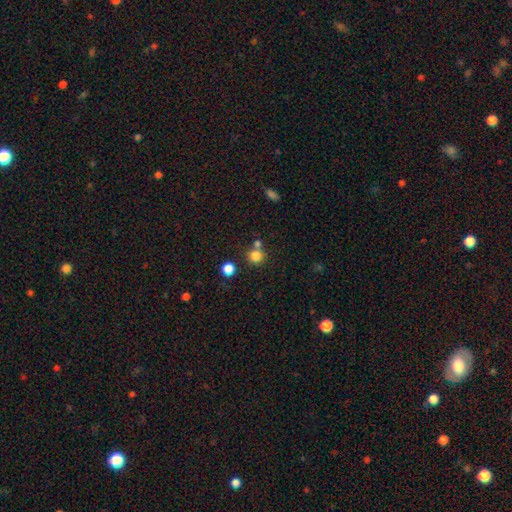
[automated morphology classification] Smooth or featured?
  - smooth: 81% *
  - star or artifact: 13%
  - featured or disk: 6%
How rounded?
  - round: 90% *
  - in between: 9%
  - cigar-shaped: 1%
Merging?
  - none: 67% *
  - merger: 22%
  - minor disturbance: 8%
  - major disturbance: 3%